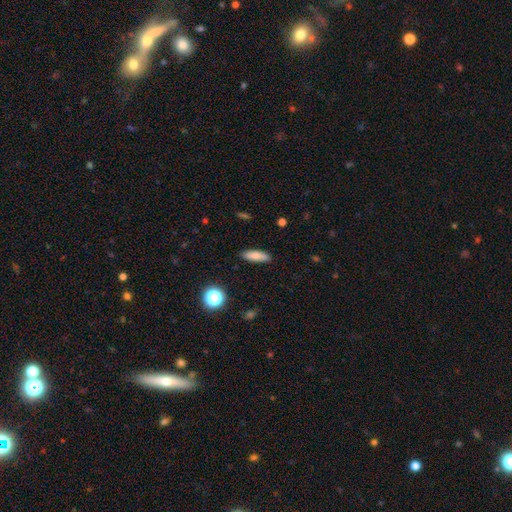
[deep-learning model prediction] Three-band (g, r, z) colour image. It shows a smooth galaxy with no disk features (79%) that is cigar-shaped (51%). Merging: none (88%).